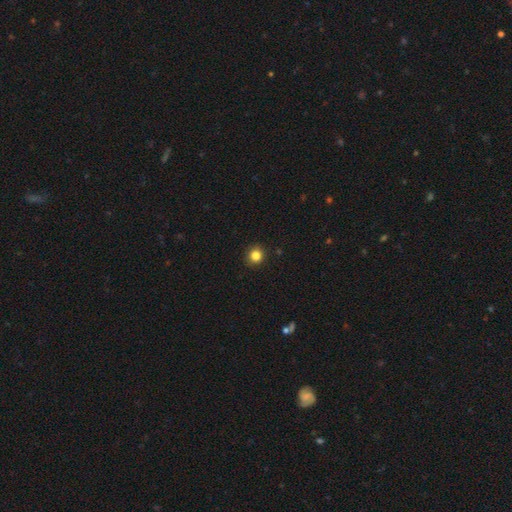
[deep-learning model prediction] Smooth or featured? Predicted: smooth (p=0.83). How rounded? Predicted: round (p=0.93). Merging? Predicted: none (p=0.92).